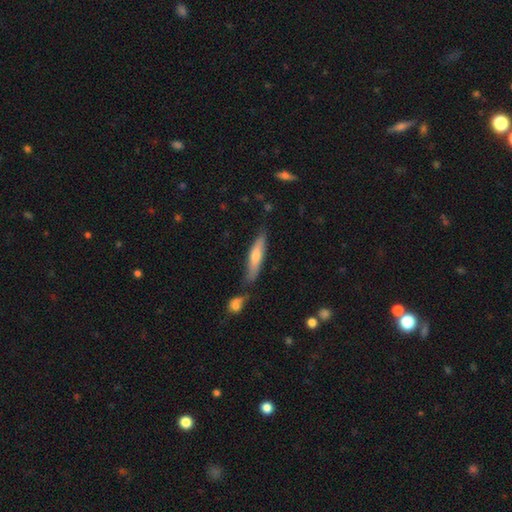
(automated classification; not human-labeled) This appears to be a smooth galaxy with no disk features (52%) that is cigar-shaped (83%). Merging: none (73%).